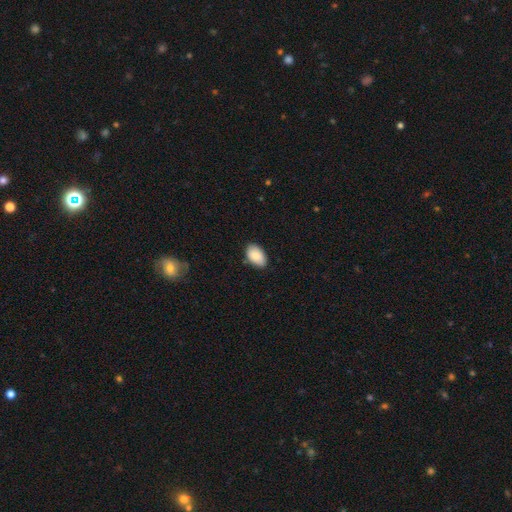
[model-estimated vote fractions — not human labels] Overall: smooth (87%). How rounded: in between (93%). Merging: none (84%).